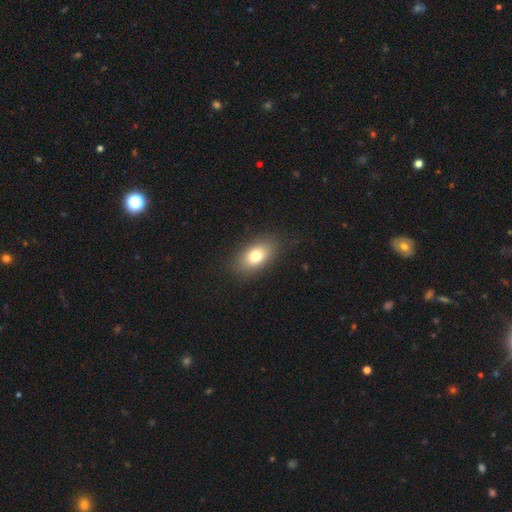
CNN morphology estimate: type=smooth (76%); roundness=in between (87%); merging=none (85%).